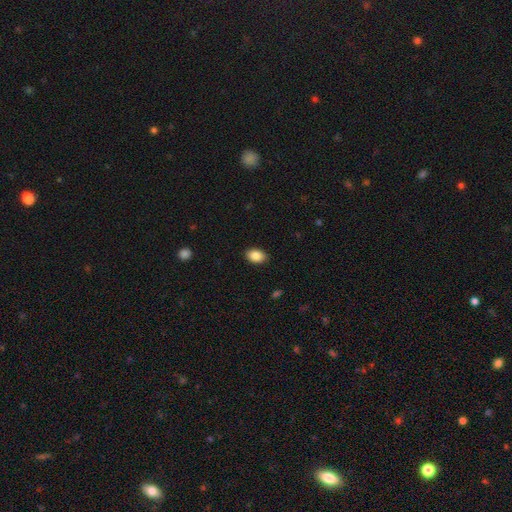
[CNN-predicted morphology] type=smooth (88%); roundness=in between (84%); merging=none (88%).